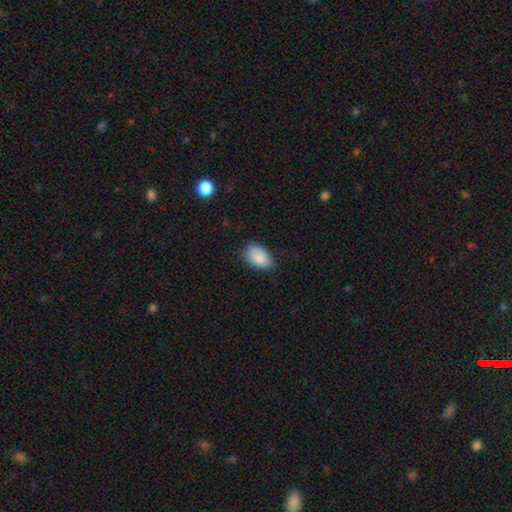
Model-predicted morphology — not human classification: A smooth galaxy with no disk features (87%) that is in between round and cigar-shaped (91%). Merging: none (70%).